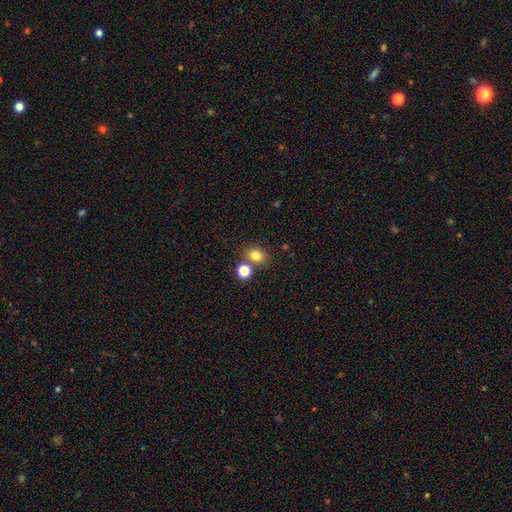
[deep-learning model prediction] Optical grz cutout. It shows a smooth galaxy with no disk features (80%) that is round (67%). Merging: none (69%).